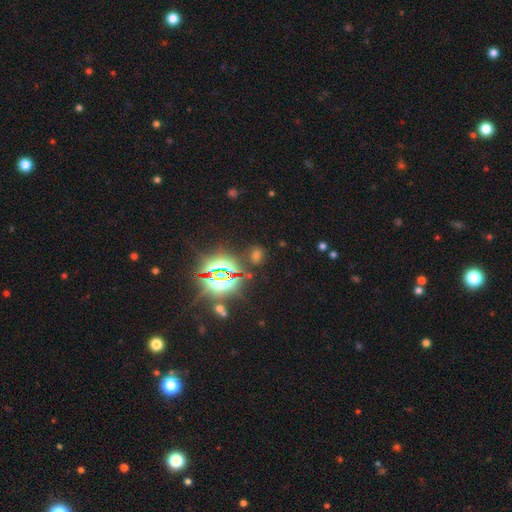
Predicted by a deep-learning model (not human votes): star or artifact 58%, smooth 35%, featured or disk 7%.